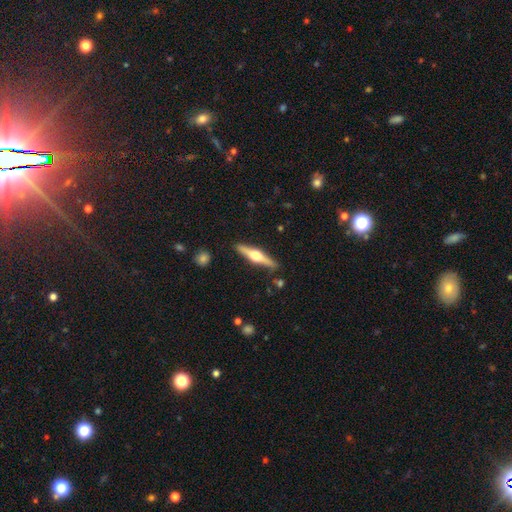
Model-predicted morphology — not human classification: smooth-or-featured: featured or disk: 71% | smooth: 24% | star or artifact: 5%
  disk-edge-on: yes: 97% | no: 3%
    edge-on-bulge: rounded: 95% | boxy: 3% | none: 2%
  merging: none: 89% | minor disturbance: 8% | major disturbance: 2% | merger: 2%